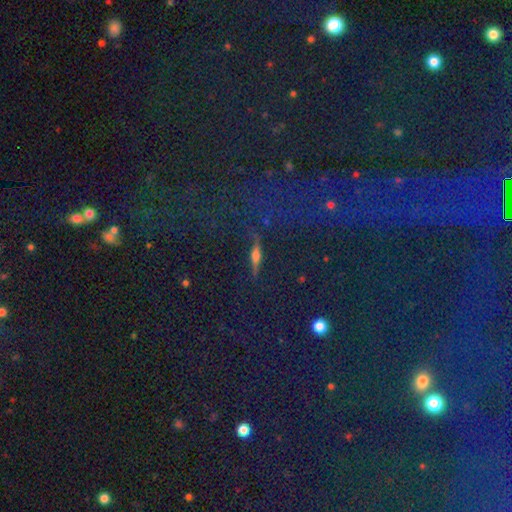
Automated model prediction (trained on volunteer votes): Morphology: type=featured or disk (55%); edge-on=yes (87%); merging=none (84%).